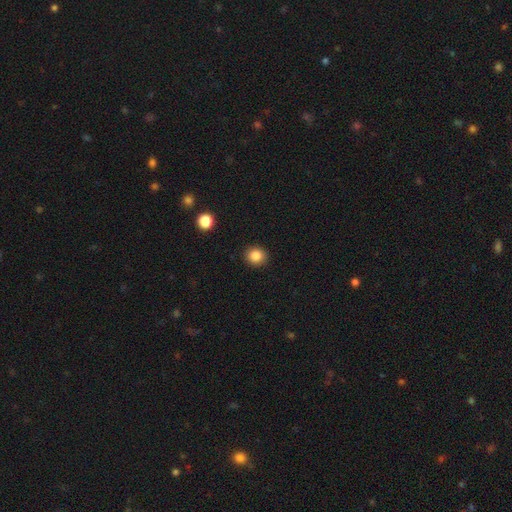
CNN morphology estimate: This appears to be a smooth galaxy with no disk features (85%) that is round (85%). Merging: none (91%).